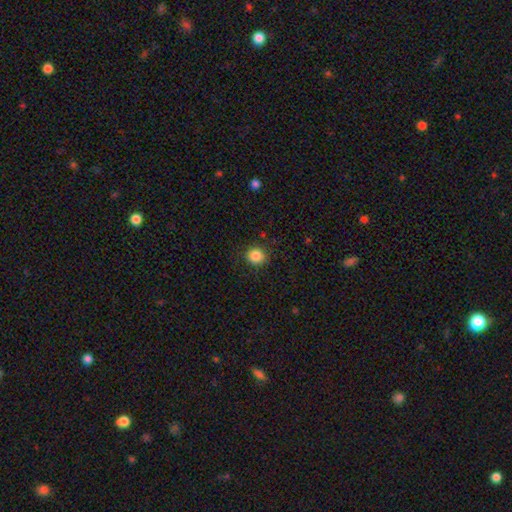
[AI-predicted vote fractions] Overall: smooth (86%). How rounded: round (87%). Merging: none (89%).